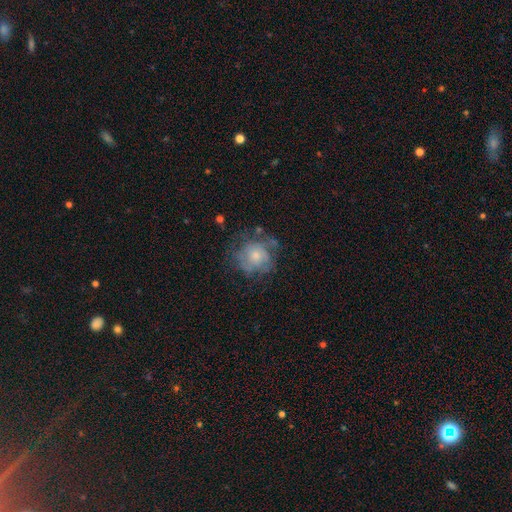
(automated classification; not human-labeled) smooth_or_featured: featured or disk (p=0.49) [alt: smooth p=0.42]
merging: none (p=0.52) [alt: minor disturbance p=0.24]